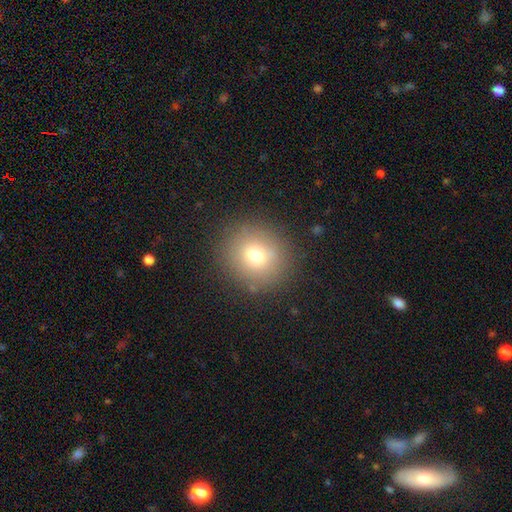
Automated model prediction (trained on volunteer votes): Smooth or featured: smooth — 72% (star or artifact — 15%)
How rounded: round — 90% (in between — 9%)
Merging: none — 87% (minor disturbance — 8%)